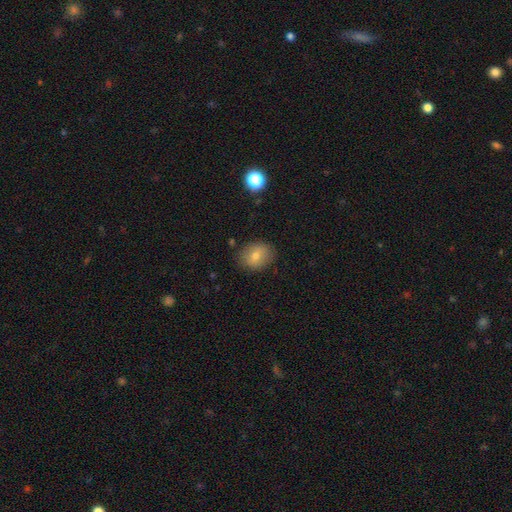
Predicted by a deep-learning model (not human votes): Smooth or featured? Predicted: smooth (p=0.70). How rounded? Predicted: in between (p=0.50). Merging? Predicted: none (p=0.84).